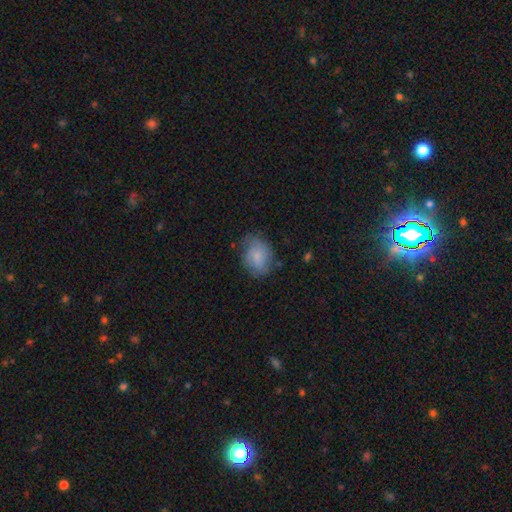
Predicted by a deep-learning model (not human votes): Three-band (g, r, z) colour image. It shows a smooth galaxy with no disk features (73%) that is in between round and cigar-shaped (59%). Merging: none (64%).